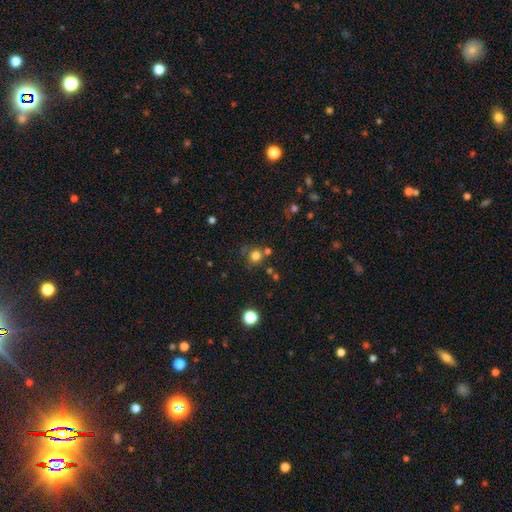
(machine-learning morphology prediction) Smooth or featured? smooth (77%)
How rounded? round (91%)
Merging? none (72%)